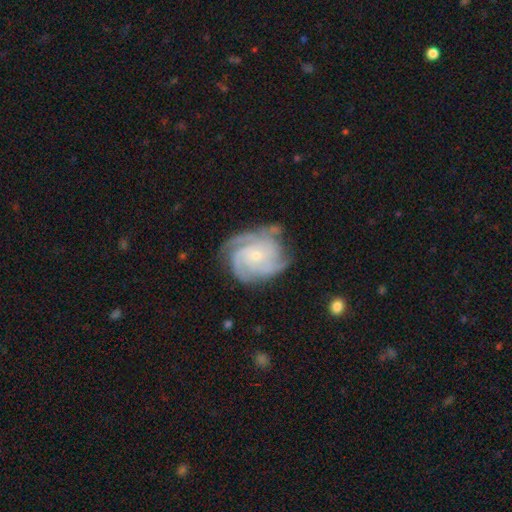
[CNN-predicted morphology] Smooth or featured: featured or disk — 89% (smooth — 6%)
Edge-on disk: no — 98% (yes — 2%)
Bar: no — 74% (weak — 21%)
Spiral arms: yes — 98% (no — 2%)
Spiral winding: tight — 66% (medium — 29%)
Spiral arm count: 3 — 41% (4 — 31%)
Bulge size: small — 78% (moderate — 18%)
Merging: none — 72% (minor disturbance — 20%)